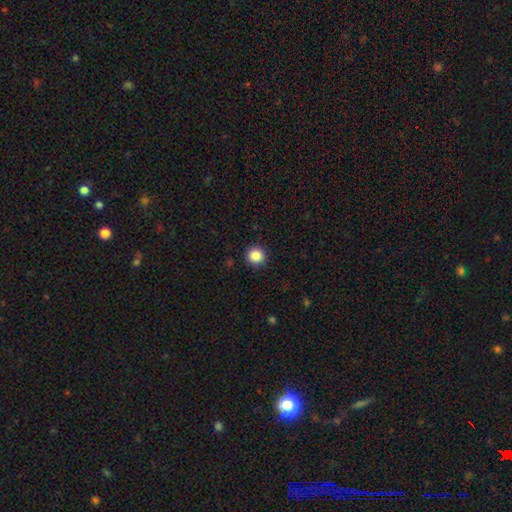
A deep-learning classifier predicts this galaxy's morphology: Overall: smooth (86%). How rounded: round (95%). Merging: none (93%).